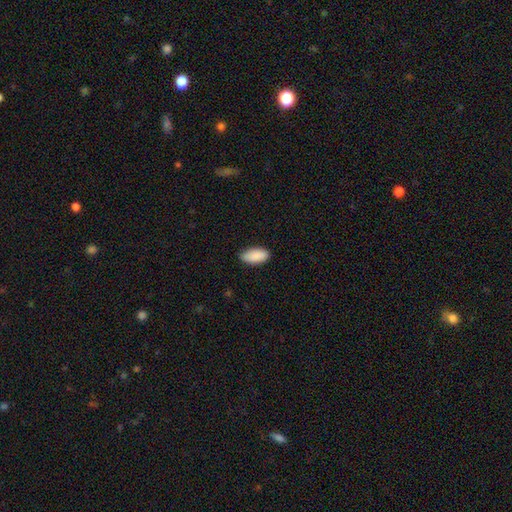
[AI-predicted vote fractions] Smooth or featured?
  - smooth: 90% *
  - star or artifact: 6%
  - featured or disk: 3%
How rounded?
  - in between: 93% *
  - cigar-shaped: 5%
  - round: 2%
Merging?
  - none: 82% *
  - minor disturbance: 15%
  - major disturbance: 2%
  - merger: 1%